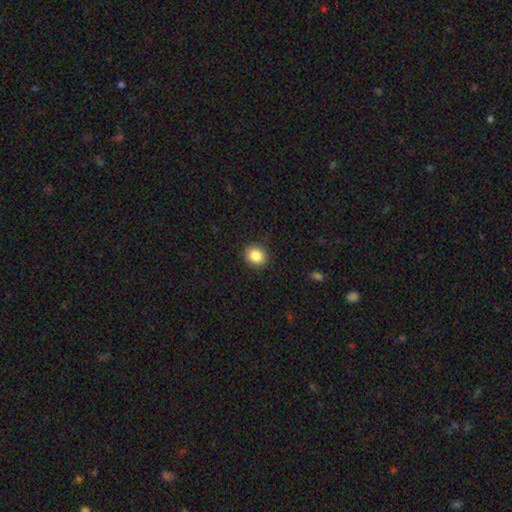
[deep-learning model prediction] A smooth galaxy with no disk features (85%) that is round (72%).

Vote fractions:
- Smooth or featured? smooth: 85% / star or artifact: 9% / featured or disk: 5%
- How rounded? round: 72% / in between: 27% / cigar-shaped: 1%
- Merging? none: 90% / minor disturbance: 7% / major disturbance: 2% / merger: 1%